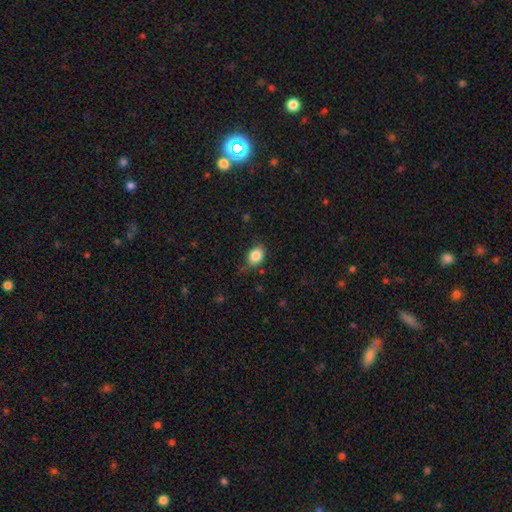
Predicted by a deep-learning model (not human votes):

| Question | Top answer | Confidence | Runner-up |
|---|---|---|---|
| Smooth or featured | smooth | 86% | star or artifact (9%) |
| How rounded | in between | 70% | round (29%) |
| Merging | none | 73% | minor disturbance (21%) |